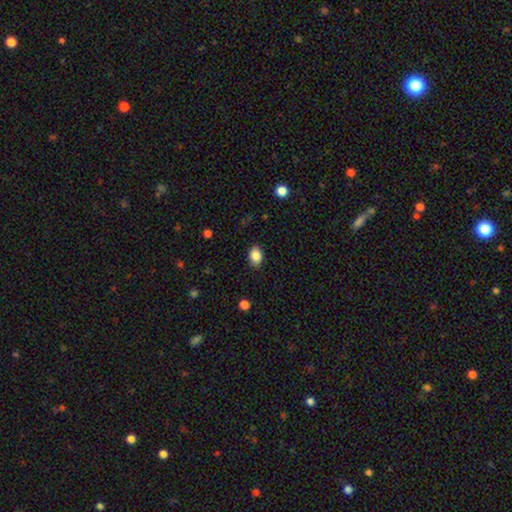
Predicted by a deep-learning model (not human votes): This is clearly a smooth galaxy (86%). How rounded: likely in between (76%). Merging: clearly none (86%).